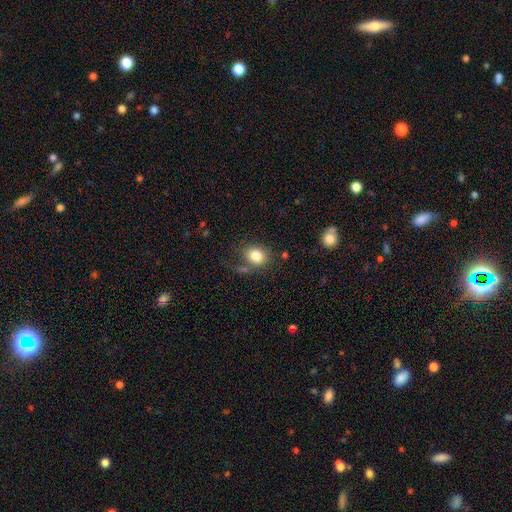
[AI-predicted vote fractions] smooth_or_featured: smooth (p=0.81) [alt: star or artifact p=0.10]
how_rounded: round (p=0.51) [alt: in between p=0.48]
merging: none (p=0.65) [alt: minor disturbance p=0.17]